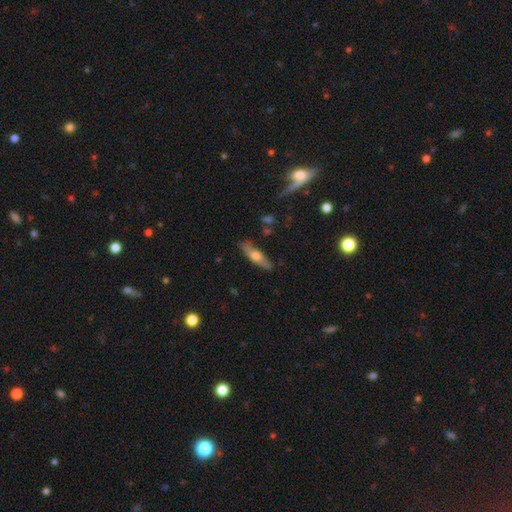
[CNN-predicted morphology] Smooth or featured? Predicted: smooth (p=0.55). How rounded? Predicted: cigar-shaped (p=0.61). Merging? Predicted: none (p=0.83).